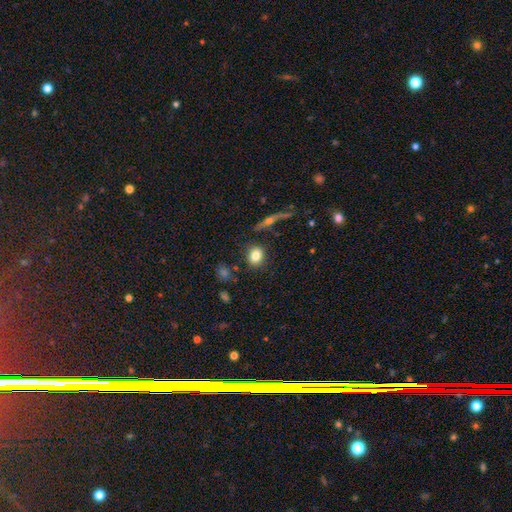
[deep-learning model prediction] A smooth galaxy with no disk features (80%) that is round (62%).

Vote fractions:
- Smooth or featured? smooth: 80% / featured or disk: 11% / star or artifact: 9%
- How rounded? round: 62% / in between: 35% / cigar-shaped: 2%
- Merging? none: 83% / minor disturbance: 10% / merger: 4% / major disturbance: 3%